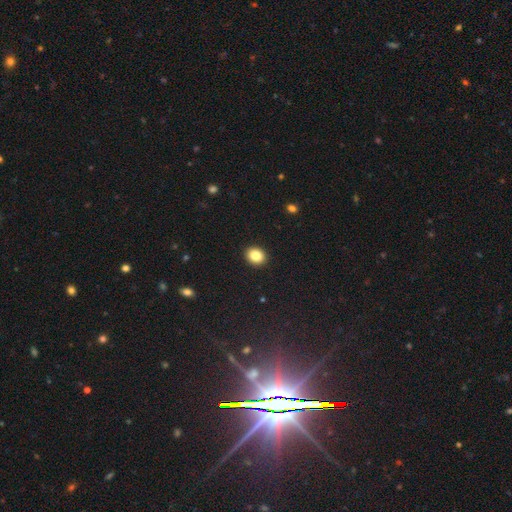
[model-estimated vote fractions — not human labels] Smooth or featured? smooth (84%)
How rounded? round (62%)
Merging? none (92%)